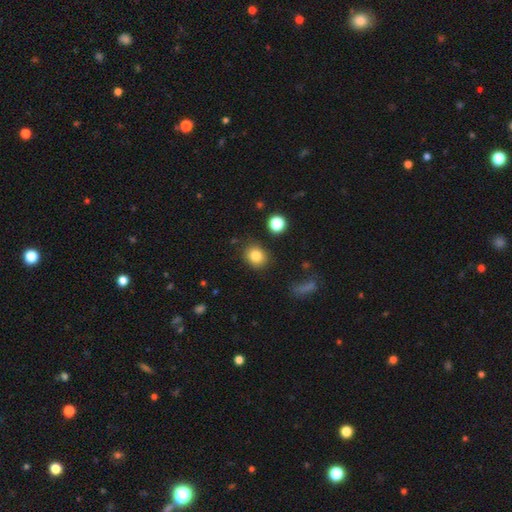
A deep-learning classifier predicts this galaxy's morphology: Q: Smooth or featured?
A: smooth (83%); runner-up: star or artifact (11%)
Q: How rounded?
A: round (66%); runner-up: in between (33%)
Q: Merging?
A: none (84%); runner-up: minor disturbance (10%)